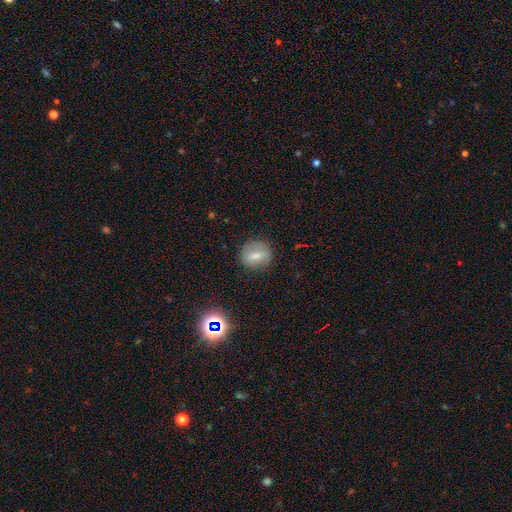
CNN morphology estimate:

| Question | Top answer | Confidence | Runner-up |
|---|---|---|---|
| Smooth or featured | smooth | 67% | featured or disk (21%) |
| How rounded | round | 66% | in between (31%) |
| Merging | none | 80% | minor disturbance (14%) |